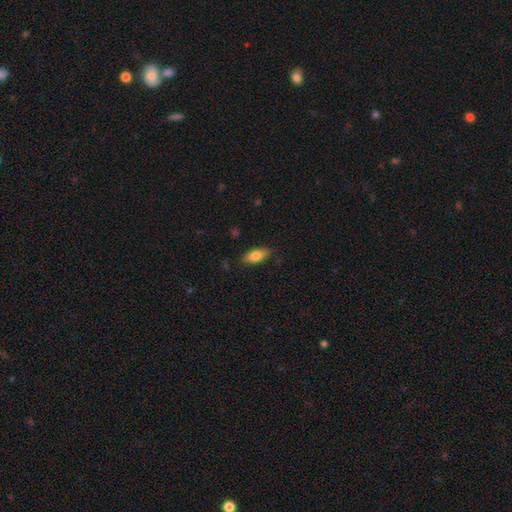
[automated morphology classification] Overall: smooth (80%). How rounded: in between (82%). Merging: none (85%).